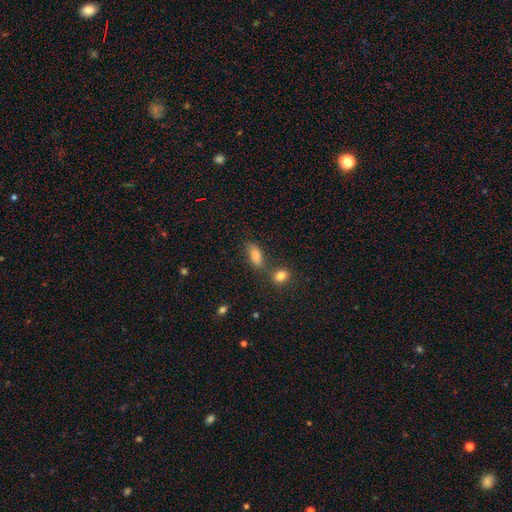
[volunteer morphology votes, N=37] A smooth galaxy with no disk features (89%) that is in between round and cigar-shaped (76%).

Vote fractions:
- Smooth or featured? smooth: 89% / featured or disk: 8% / star or artifact: 3%
- How rounded? in between: 76% / round: 12% / cigar-shaped: 12%
- Merging? none: 44% / merger: 42% / minor disturbance: 8% / major disturbance: 6%